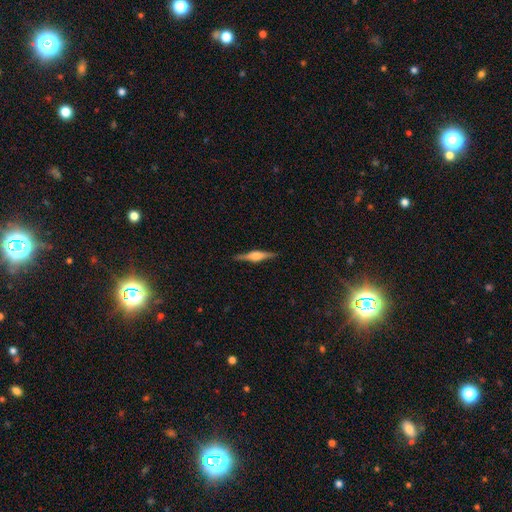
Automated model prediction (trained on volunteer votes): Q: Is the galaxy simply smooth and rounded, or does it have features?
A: featured or disk — 75%.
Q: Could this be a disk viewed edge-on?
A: yes — 98%.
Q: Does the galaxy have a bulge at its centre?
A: rounded — 77%.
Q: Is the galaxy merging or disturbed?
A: none — 90%.